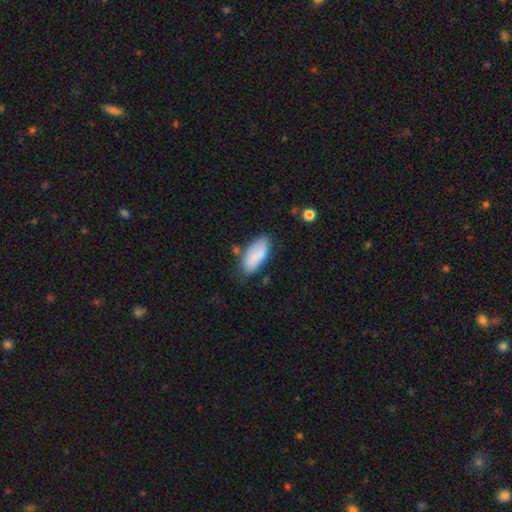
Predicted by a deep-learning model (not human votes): Overall: smooth (78%). How rounded: in between (88%). Merging: none (67%).